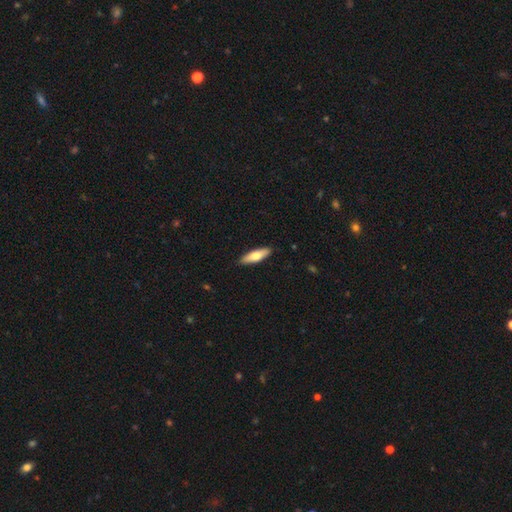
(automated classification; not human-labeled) Morphology: type=smooth (67%); roundness=cigar-shaped (53%); merging=none (89%).